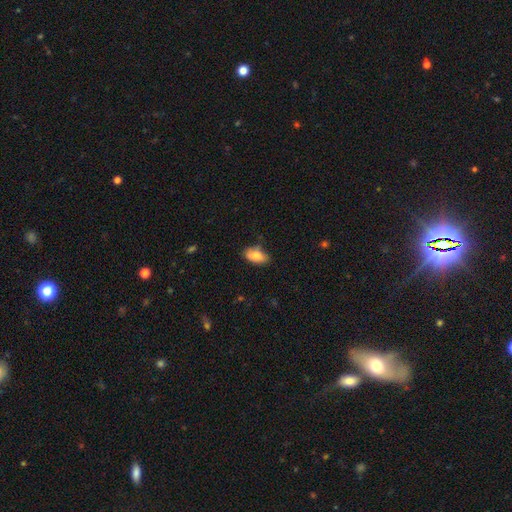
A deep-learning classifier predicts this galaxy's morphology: Overall: smooth (84%). How rounded: in between (92%). Merging: none (67%).